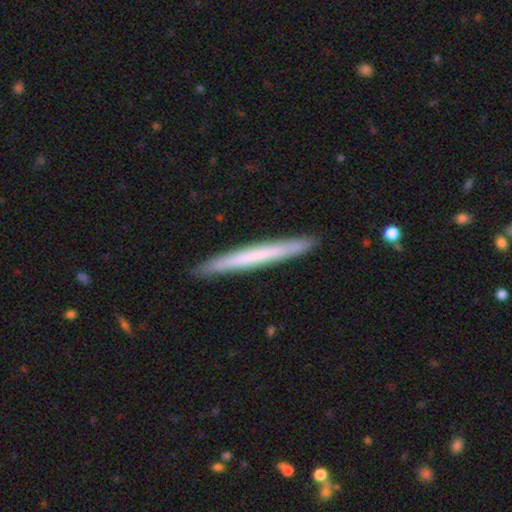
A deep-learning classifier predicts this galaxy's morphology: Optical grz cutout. It shows a smooth galaxy with no disk features (56%) that is cigar-shaped (97%). Merging: none (92%).